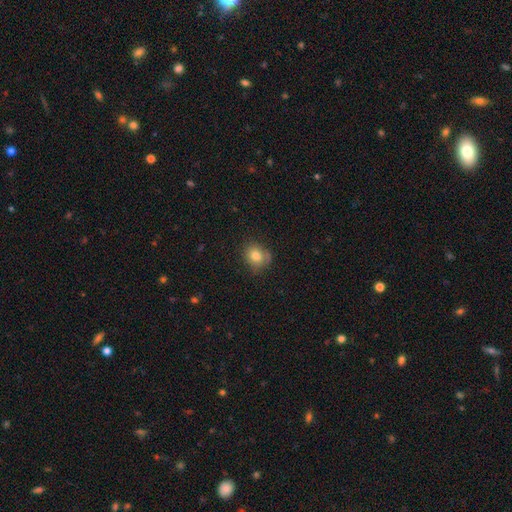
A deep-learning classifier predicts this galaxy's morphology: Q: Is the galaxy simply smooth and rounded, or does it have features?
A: smooth — 79%.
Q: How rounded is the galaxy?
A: round — 65%.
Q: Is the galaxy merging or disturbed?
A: none — 67%.